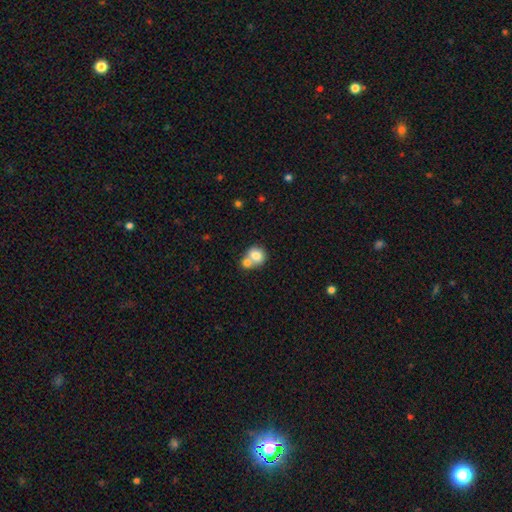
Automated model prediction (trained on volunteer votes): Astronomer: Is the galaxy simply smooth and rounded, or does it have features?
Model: smooth — 77%.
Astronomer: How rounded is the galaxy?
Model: round — 78%.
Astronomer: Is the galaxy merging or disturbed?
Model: merger — 57% (runner-up: none, 33%).